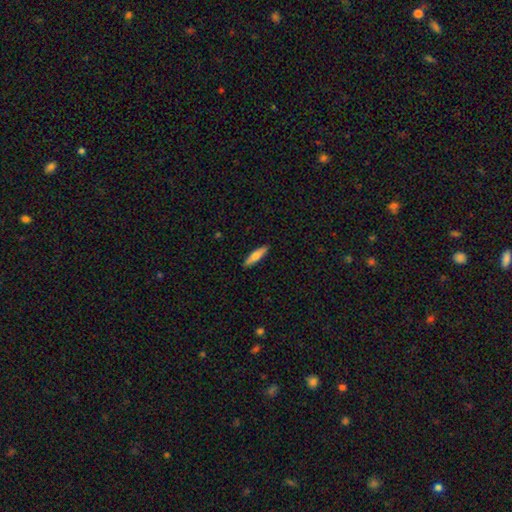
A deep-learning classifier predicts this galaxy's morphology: This appears to be a smooth galaxy with no disk features (72%) that is cigar-shaped (70%). Merging: none (89%).